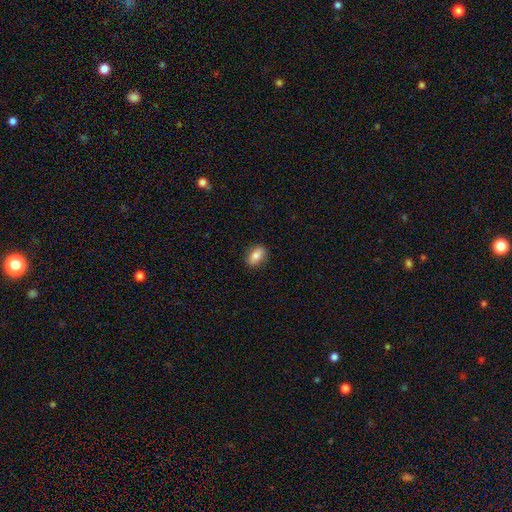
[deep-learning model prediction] A smooth galaxy with no disk features (81%) that is in between round and cigar-shaped (86%). Merging: none (87%).